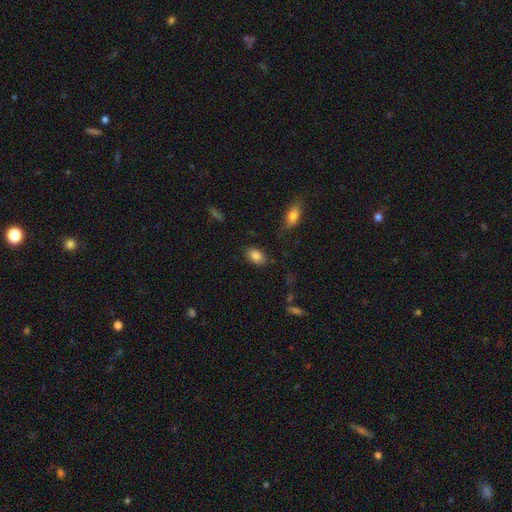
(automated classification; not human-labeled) Q: Smooth or featured?
A: smooth (87%); runner-up: star or artifact (8%)
Q: How rounded?
A: in between (85%); runner-up: round (13%)
Q: Merging?
A: none (83%); runner-up: minor disturbance (12%)